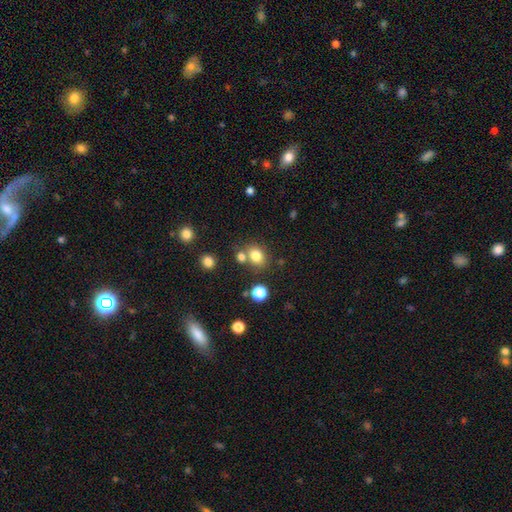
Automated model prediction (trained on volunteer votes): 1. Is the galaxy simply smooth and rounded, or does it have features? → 79% smooth, 13% star or artifact, 7% featured or disk.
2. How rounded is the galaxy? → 52% round, 47% in between, 1% cigar-shaped.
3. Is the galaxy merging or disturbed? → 66% none, 19% merger, 12% minor disturbance, 4% major disturbance.